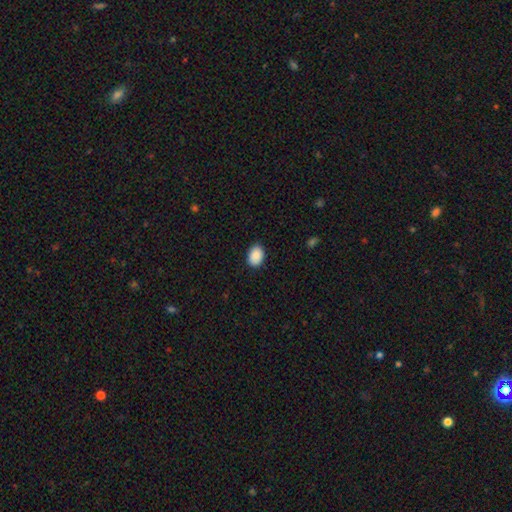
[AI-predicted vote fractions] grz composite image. It shows a smooth galaxy with no disk features (90%) that is in between round and cigar-shaped (77%). Merging: none (89%).